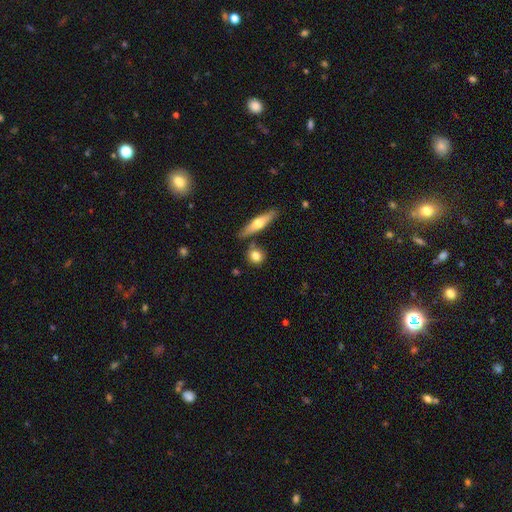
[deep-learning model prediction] Morphology: type=smooth (76%); roundness=round (74%); merging=none (75%).